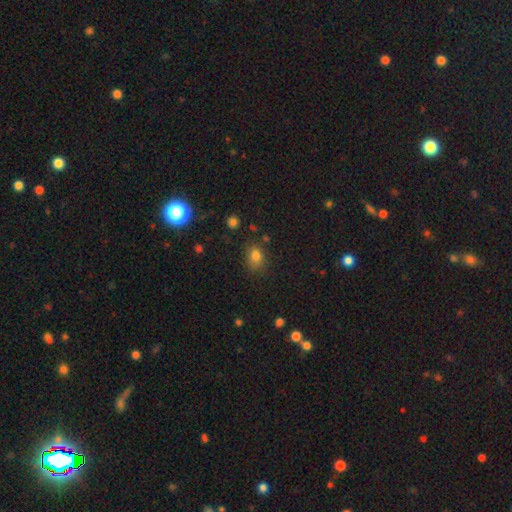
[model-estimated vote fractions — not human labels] Smooth or featured?
  - smooth: 78% *
  - star or artifact: 15%
  - featured or disk: 7%
How rounded?
  - in between: 62% *
  - round: 36%
  - cigar-shaped: 1%
Merging?
  - none: 70% *
  - minor disturbance: 19%
  - major disturbance: 6%
  - merger: 5%